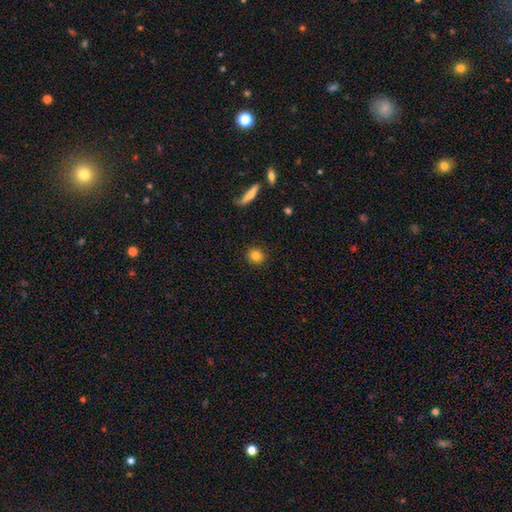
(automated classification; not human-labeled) A smooth galaxy with no disk features (84%) that is round (89%). Merging: none (90%).